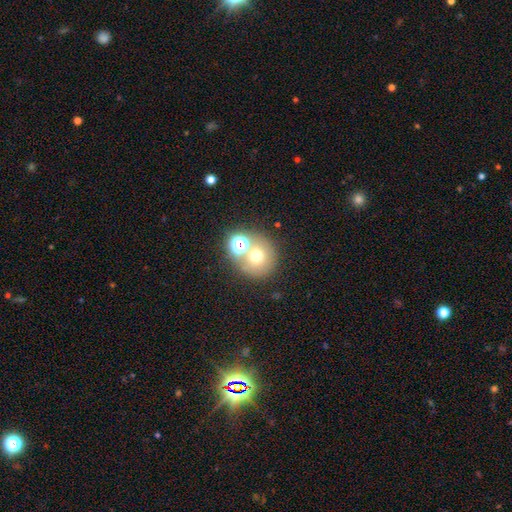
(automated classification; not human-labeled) Smooth or featured?
  - smooth: 63% *
  - star or artifact: 21%
  - featured or disk: 16%
How rounded?
  - round: 89% *
  - in between: 10%
  - cigar-shaped: 1%
Merging?
  - none: 58% *
  - merger: 28%
  - minor disturbance: 8%
  - major disturbance: 5%